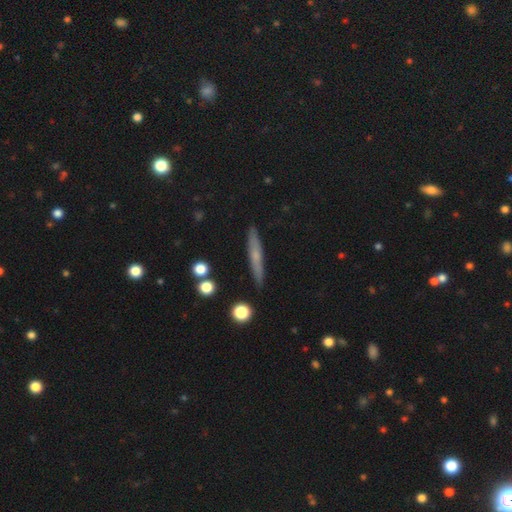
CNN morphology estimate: Overall: smooth (50%; featured or disk 42%). Merging: none (88%).